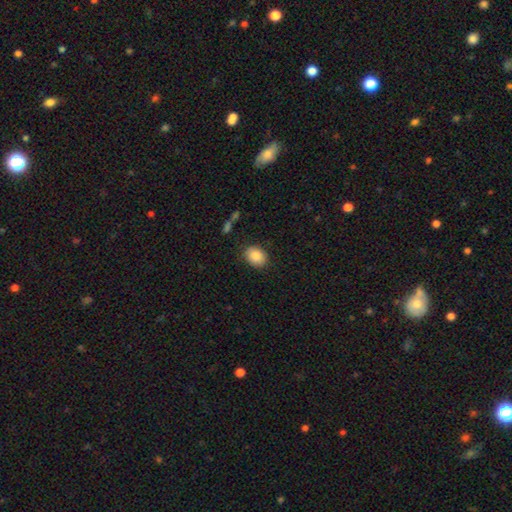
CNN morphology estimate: Smooth or featured? smooth (87%)
How rounded? in between (59%)
Merging? none (86%)